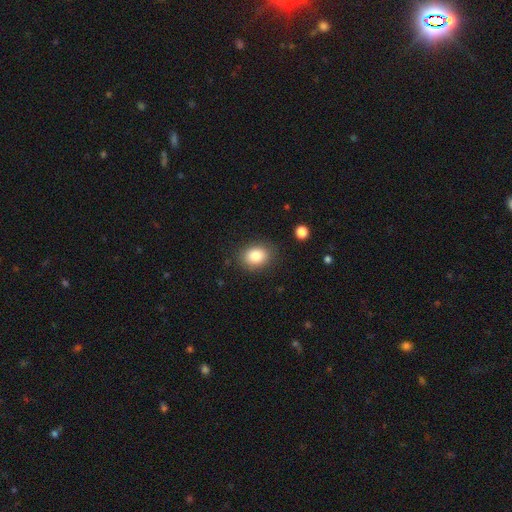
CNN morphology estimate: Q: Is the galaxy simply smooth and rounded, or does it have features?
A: smooth — 84%.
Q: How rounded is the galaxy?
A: in between — 56%.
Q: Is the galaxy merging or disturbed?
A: none — 85%.